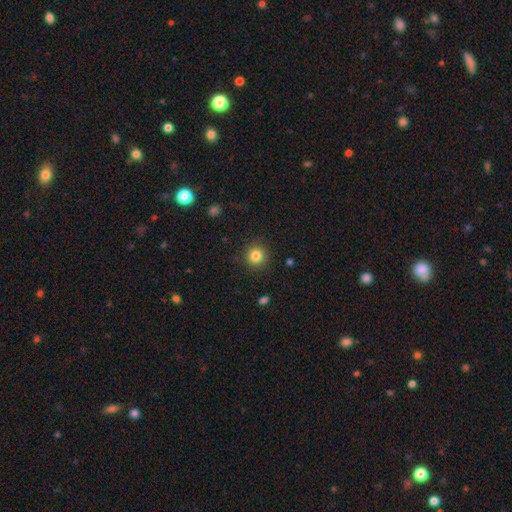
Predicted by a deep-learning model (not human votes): This is clearly a smooth galaxy (84%). How rounded: clearly round (93%). Merging: clearly none (90%).